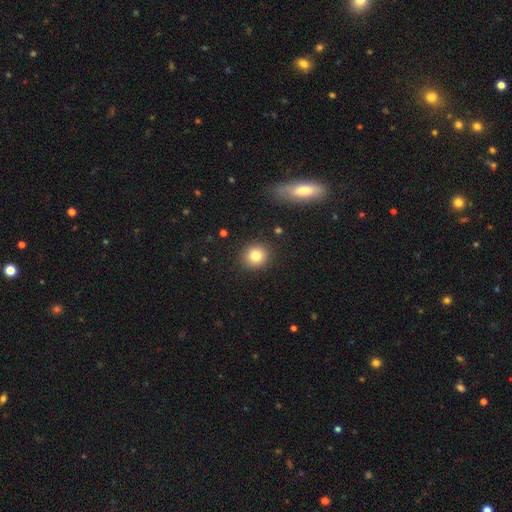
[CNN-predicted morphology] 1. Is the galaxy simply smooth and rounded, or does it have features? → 81% smooth, 11% star or artifact, 8% featured or disk.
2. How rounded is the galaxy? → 87% round, 12% in between, 1% cigar-shaped.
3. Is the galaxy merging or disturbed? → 89% none, 7% minor disturbance, 2% major disturbance, 2% merger.